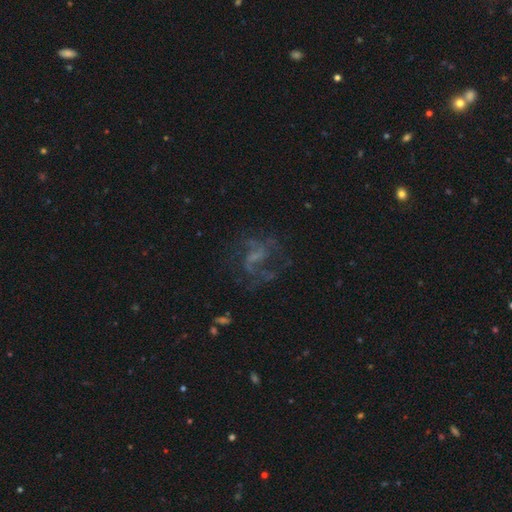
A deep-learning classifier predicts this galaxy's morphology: The model was most divided on "bar": no: 45%, weak: 40%, strong: 15%. More confident: edge-on disk — no (97%); spiral arms — yes (76%); smooth or featured — featured or disk (67%); merging — none (55%); bulge size — none (53%).